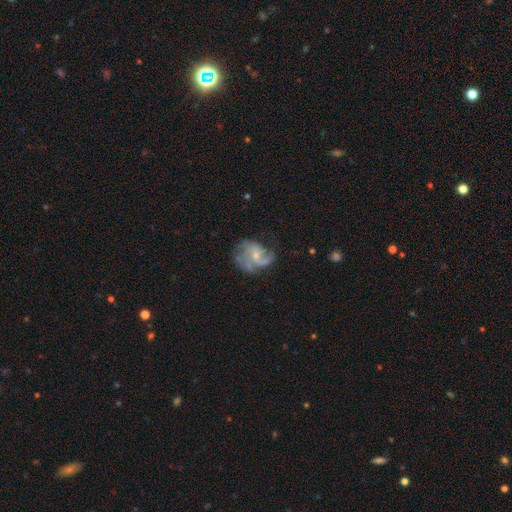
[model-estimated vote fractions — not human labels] Smooth or featured?
  - featured or disk: 79% *
  - smooth: 14%
  - star or artifact: 7%
Edge-on disk?
  - no: 98% *
  - yes: 2%
Bar?
  - no: 63% *
  - weak: 32%
  - strong: 5%
Spiral arms?
  - yes: 91% *
  - no: 9%
Spiral winding?
  - medium: 48% *
  - loose: 32%
  - tight: 19%
Spiral arm count?
  - 2: 40% *
  - 3: 29%
  - can't tell: 15%
  - 1: 8%
  - 4: 4%
  - more than 4: 4%
Bulge size?
  - small: 63% *
  - moderate: 30%
  - none: 6%
  - large: 1%
  - dominant: 1%
Merging?
  - none: 49% *
  - minor disturbance: 25%
  - major disturbance: 24%
  - merger: 3%